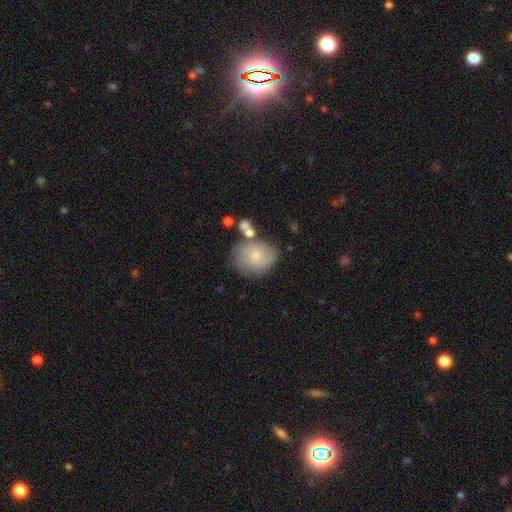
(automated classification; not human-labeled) Smooth or featured?
  - featured or disk: 59% *
  - smooth: 33%
  - star or artifact: 8%
Edge-on disk?
  - no: 98% *
  - yes: 2%
Bar?
  - no: 69% *
  - weak: 28%
  - strong: 3%
Spiral arms?
  - yes: 87% *
  - no: 13%
Spiral winding?
  - tight: 44% *
  - medium: 41%
  - loose: 15%
Spiral arm count?
  - 2: 40% *
  - can't tell: 29%
  - 3: 18%
  - 4: 5%
  - 1: 4%
  - more than 4: 4%
Bulge size?
  - small: 63% *
  - moderate: 28%
  - none: 6%
  - large: 2%
  - dominant: 1%
Merging?
  - none: 64% *
  - minor disturbance: 19%
  - merger: 10%
  - major disturbance: 7%